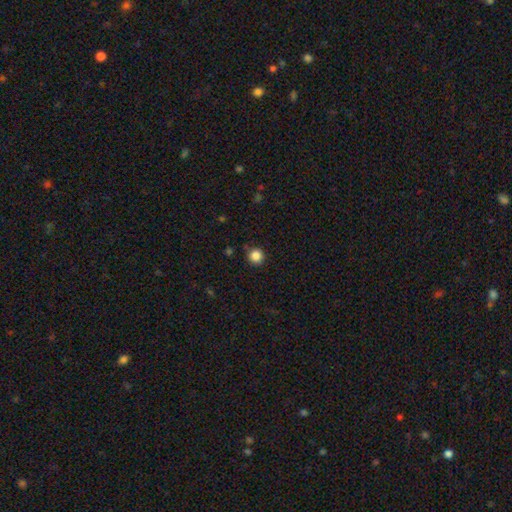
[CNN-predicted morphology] This is clearly a smooth galaxy (85%). How rounded: clearly round (95%). Merging: clearly none (88%).